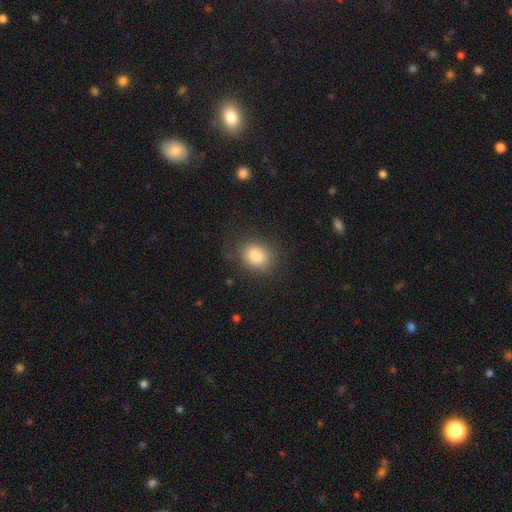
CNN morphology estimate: Smooth or featured? Predicted: smooth (p=0.83). How rounded? Predicted: round (p=0.53). Merging? Predicted: none (p=0.81).